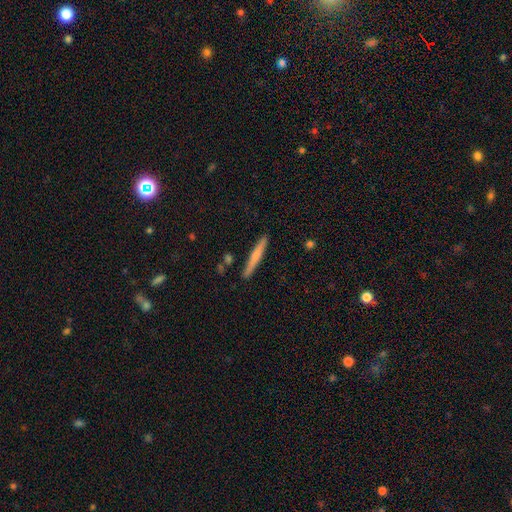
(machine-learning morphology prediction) smooth-or-featured: smooth: 60% | featured or disk: 35% | star or artifact: 6%
  how-rounded: cigar-shaped: 96% | in between: 3% | round: 1%
  merging: none: 89% | minor disturbance: 8% | merger: 2% | major disturbance: 2%